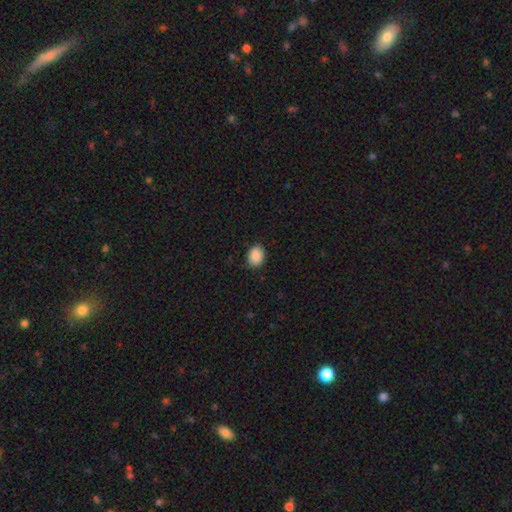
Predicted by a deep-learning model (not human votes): Smooth or featured: smooth — 90% (star or artifact — 7%)
How rounded: in between — 68% (round — 32%)
Merging: none — 87% (minor disturbance — 10%)